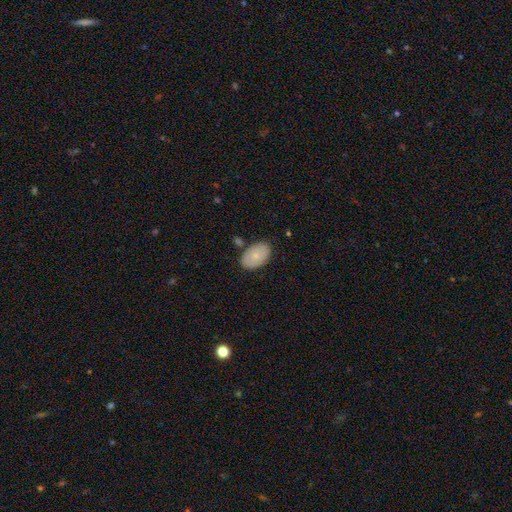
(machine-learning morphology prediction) Smooth or featured: smooth — 78% (featured or disk — 16%)
How rounded: in between — 93% (round — 6%)
Merging: none — 80% (minor disturbance — 13%)